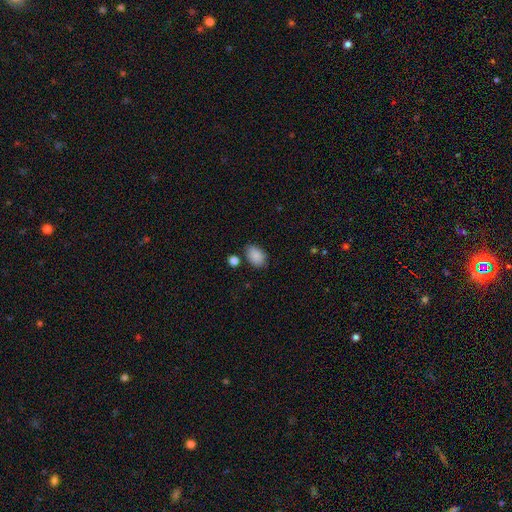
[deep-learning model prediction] A smooth galaxy with no disk features (88%) that is in between round and cigar-shaped (84%). Merging: none (75%).